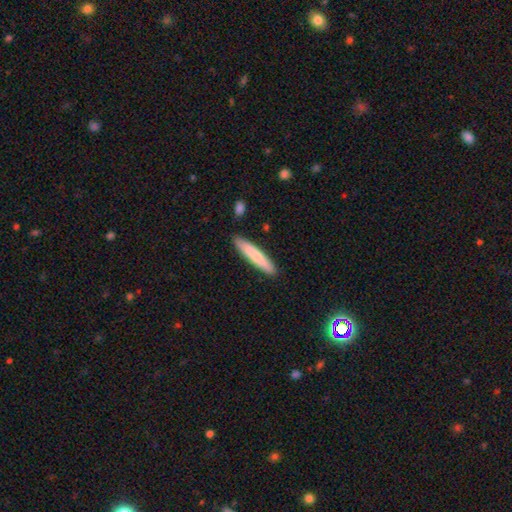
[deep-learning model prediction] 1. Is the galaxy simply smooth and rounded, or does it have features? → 73% smooth, 22% featured or disk, 5% star or artifact.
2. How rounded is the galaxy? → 91% cigar-shaped, 8% in between, 1% round.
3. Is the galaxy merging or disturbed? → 88% none, 8% minor disturbance, 2% merger, 2% major disturbance.